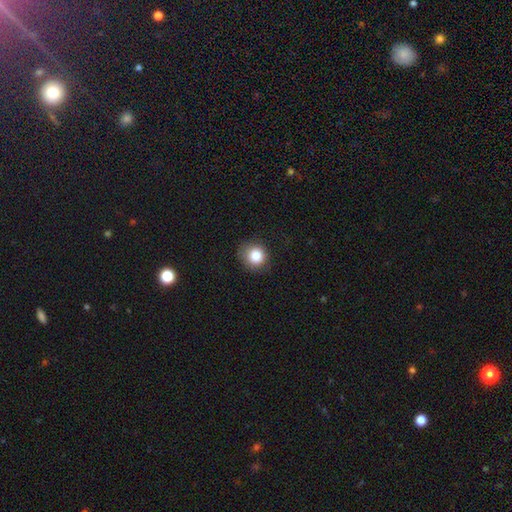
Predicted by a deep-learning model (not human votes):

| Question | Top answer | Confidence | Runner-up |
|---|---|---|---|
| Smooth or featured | smooth | 85% | star or artifact (10%) |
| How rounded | round | 87% | in between (12%) |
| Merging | none | 81% | minor disturbance (14%) |